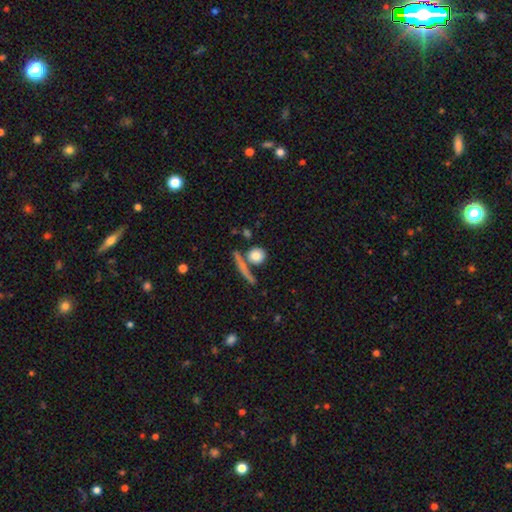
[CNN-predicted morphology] Smooth or featured? smooth (81%)
How rounded? round (80%)
Merging? none (67%)